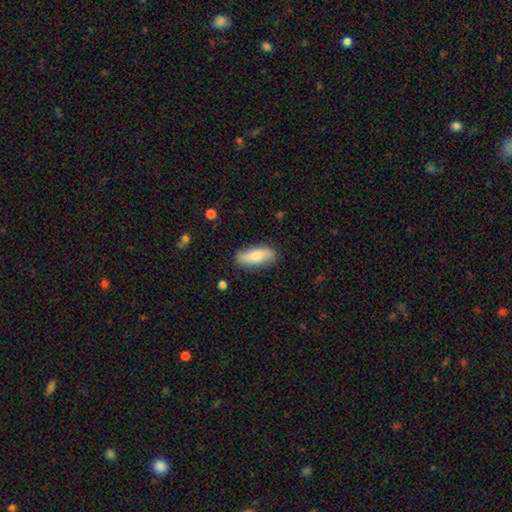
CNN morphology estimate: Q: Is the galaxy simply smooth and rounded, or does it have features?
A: smooth — 73%.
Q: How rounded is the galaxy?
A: in between — 76%.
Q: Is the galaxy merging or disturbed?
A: none — 82%.